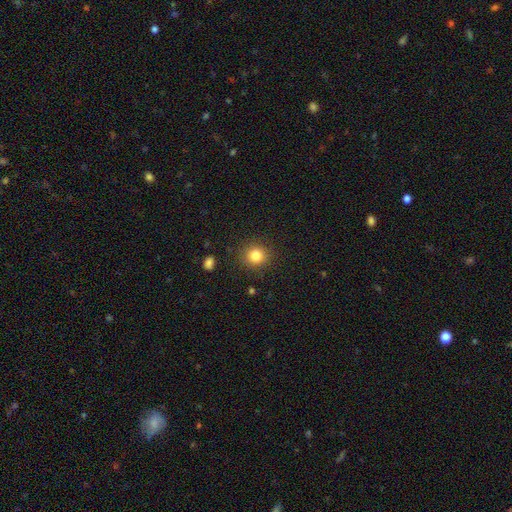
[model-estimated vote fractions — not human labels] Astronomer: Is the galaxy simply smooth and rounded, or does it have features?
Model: smooth — 83%.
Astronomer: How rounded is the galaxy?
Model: round — 90%.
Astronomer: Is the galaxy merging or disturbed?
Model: none — 89%.